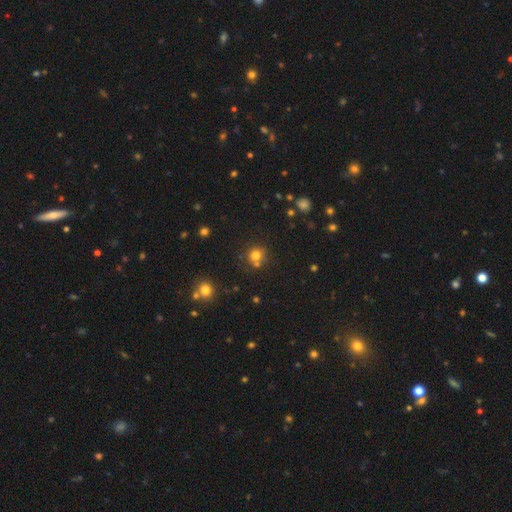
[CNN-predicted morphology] A smooth galaxy with no disk features (75%) that is round (86%). Merging: none (65%).